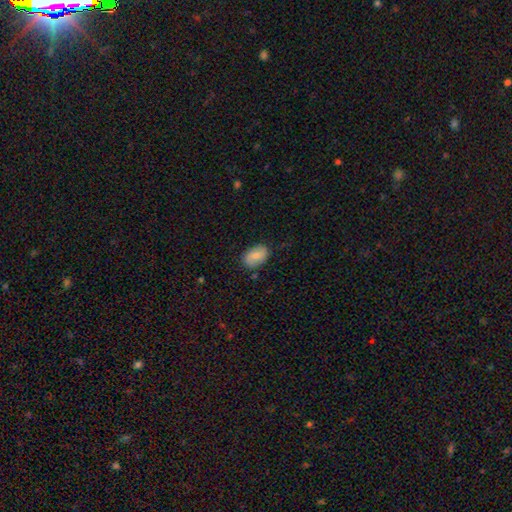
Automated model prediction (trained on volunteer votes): Morphology: type=smooth (77%); roundness=in between (89%); merging=none (77%).